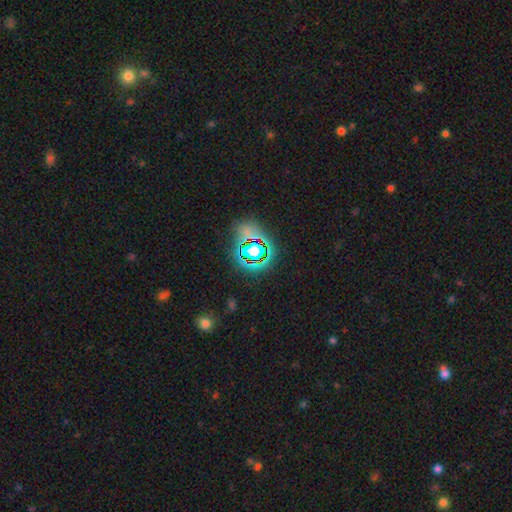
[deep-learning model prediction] This is likely a star or artifact rather than a galaxy (75%).